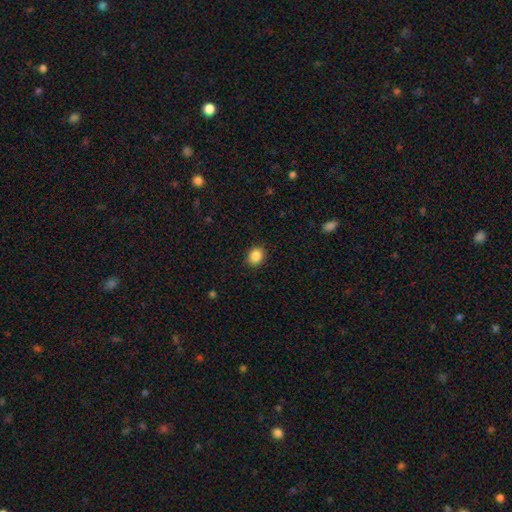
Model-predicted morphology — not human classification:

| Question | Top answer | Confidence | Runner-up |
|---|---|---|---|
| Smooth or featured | smooth | 87% | star or artifact (9%) |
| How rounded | round | 56% | in between (43%) |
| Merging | none | 89% | minor disturbance (8%) |